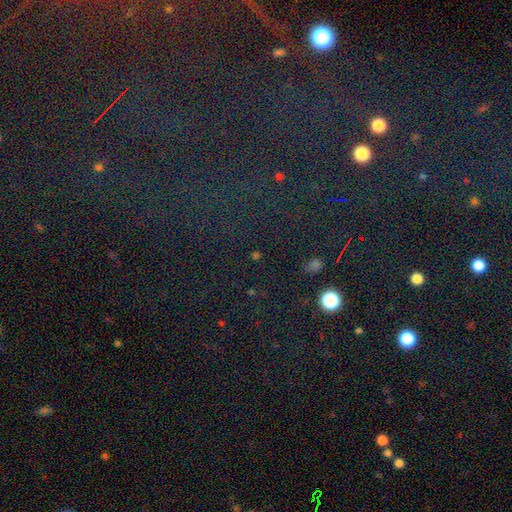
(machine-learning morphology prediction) Q: Smooth or featured?
A: star or artifact (62%); runner-up: smooth (30%)